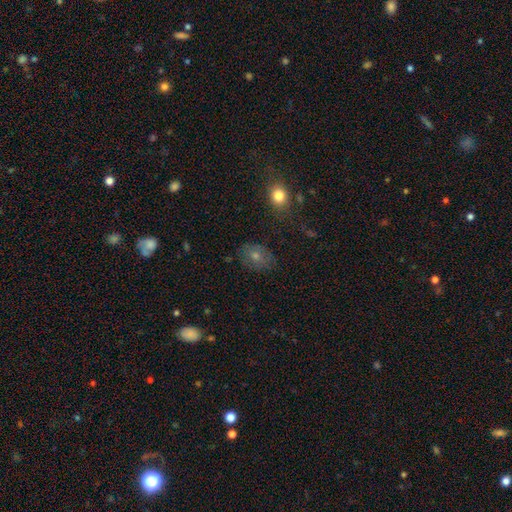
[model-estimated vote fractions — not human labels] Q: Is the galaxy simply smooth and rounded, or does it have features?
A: smooth — 53%.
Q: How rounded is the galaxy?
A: in between — 58%.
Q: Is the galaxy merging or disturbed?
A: none — 79%.